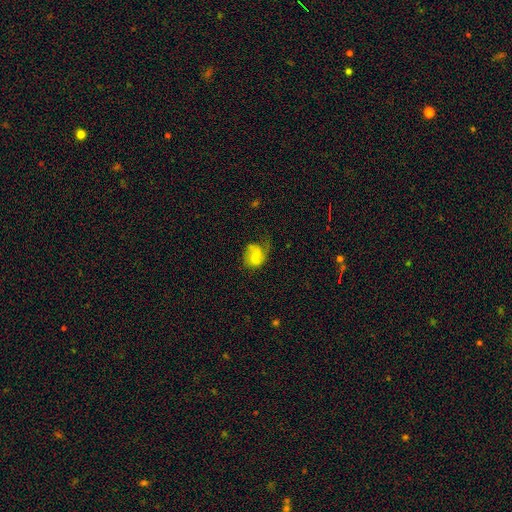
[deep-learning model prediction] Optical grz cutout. It shows a featured or disk galaxy (52%) with a weak bar (46%), spiral arms (87%) and a small central bulge (44%). Merging: none (49%).